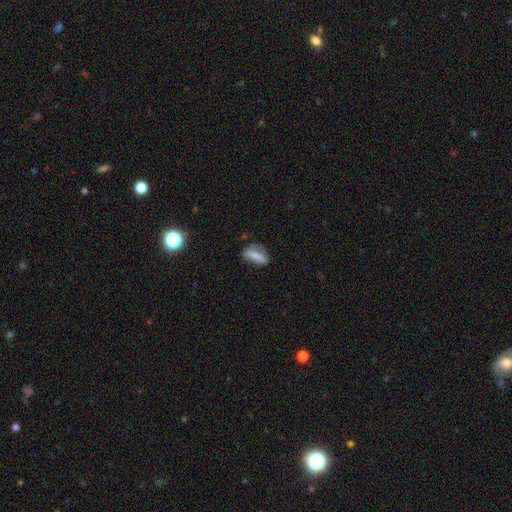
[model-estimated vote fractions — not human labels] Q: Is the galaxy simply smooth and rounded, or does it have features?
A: smooth — 69%.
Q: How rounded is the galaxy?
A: in between — 70%.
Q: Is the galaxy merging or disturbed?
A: none — 55%.